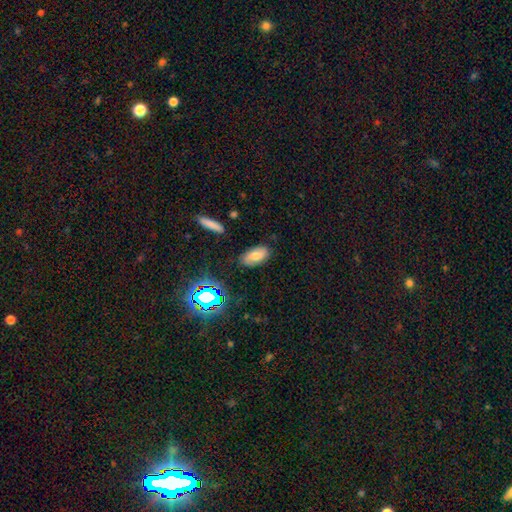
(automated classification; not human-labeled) Smooth or featured?
  - smooth: 57% *
  - featured or disk: 30%
  - star or artifact: 13%
How rounded?
  - in between: 91% *
  - round: 5%
  - cigar-shaped: 4%
Merging?
  - none: 79% *
  - minor disturbance: 15%
  - major disturbance: 4%
  - merger: 2%